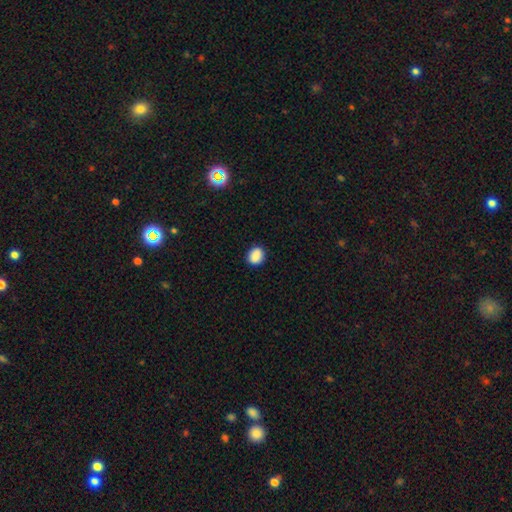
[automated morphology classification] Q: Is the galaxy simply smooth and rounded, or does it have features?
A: smooth — 89%.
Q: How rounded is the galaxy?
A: round — 55%.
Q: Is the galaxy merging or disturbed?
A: none — 87%.